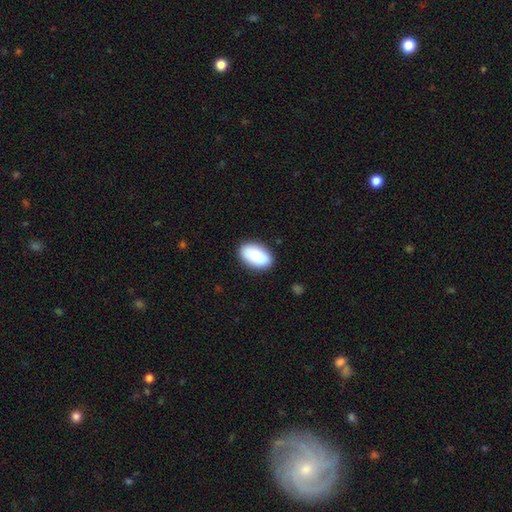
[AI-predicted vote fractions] Smooth or featured? Predicted: smooth (p=0.85). How rounded? Predicted: in between (p=0.93). Merging? Predicted: none (p=0.86).